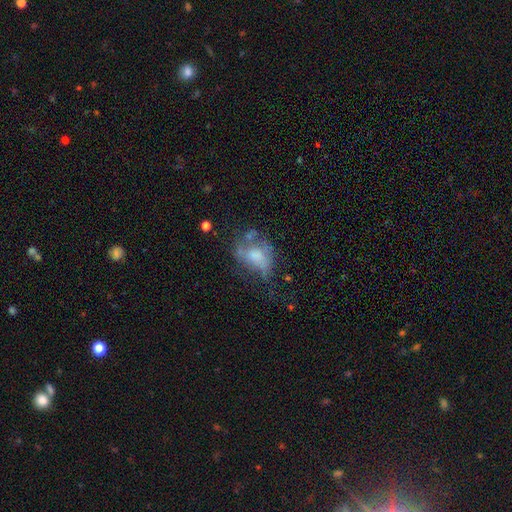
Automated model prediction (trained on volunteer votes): featured or disk 48%, smooth 39%, star or artifact 13%. Down the decision tree: merging — none (34%).